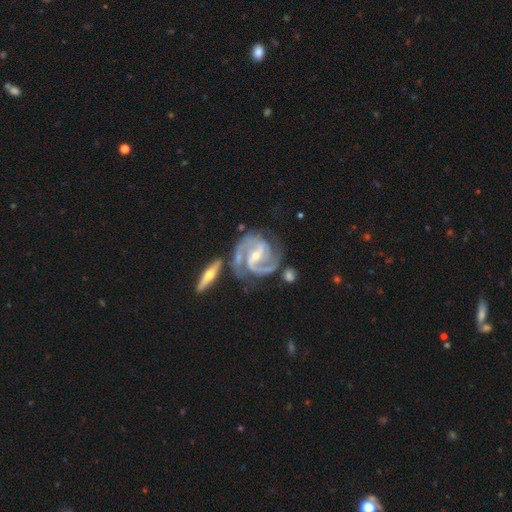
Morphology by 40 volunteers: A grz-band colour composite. It shows a featured or disk galaxy (100%) with a strong bar (69%), 2 (74%) medium (56%) spiral arms (100%) and a small central bulge (69%). Merging: none (55%).